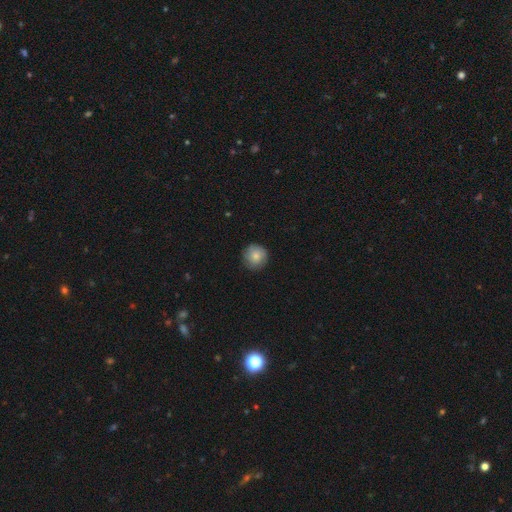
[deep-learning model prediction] A smooth galaxy with no disk features (76%) that is round (94%).

Vote fractions:
- Smooth or featured? smooth: 76% / featured or disk: 17% / star or artifact: 7%
- How rounded? round: 94% / in between: 5% / cigar-shaped: 1%
- Merging? none: 84% / minor disturbance: 13% / major disturbance: 3% / merger: 1%